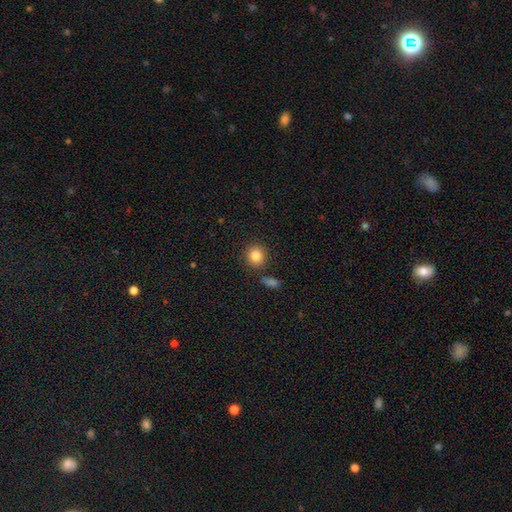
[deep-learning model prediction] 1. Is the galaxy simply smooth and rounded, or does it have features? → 84% smooth, 10% star or artifact, 6% featured or disk.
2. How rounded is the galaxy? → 88% round, 11% in between, 1% cigar-shaped.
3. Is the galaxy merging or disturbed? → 83% none, 8% minor disturbance, 5% merger, 3% major disturbance.